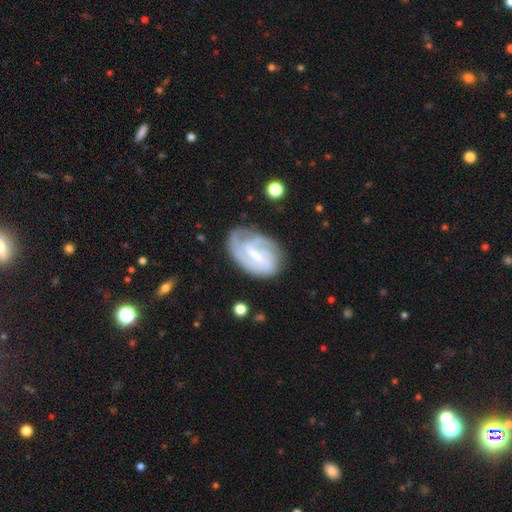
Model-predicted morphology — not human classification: Smooth or featured? featured or disk (75%)
Edge-on disk? no (97%)
Bar? weak (47%)
Spiral arms? yes (88%)
Spiral winding? tight (46%)
Spiral arm count? 2 (41%)
Bulge size? small (53%)
Merging? none (59%)